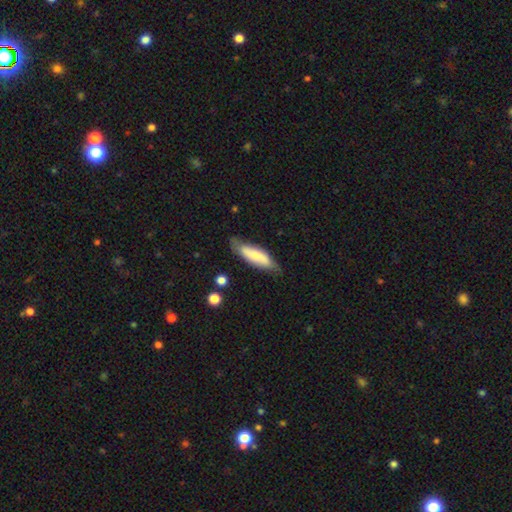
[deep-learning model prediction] A smooth galaxy with no disk features (62%) that is cigar-shaped (50%).

Vote fractions:
- Smooth or featured? smooth: 62% / featured or disk: 32% / star or artifact: 6%
- How rounded? cigar-shaped: 50% / in between: 48% / round: 2%
- Merging? none: 67% / minor disturbance: 26% / major disturbance: 6% / merger: 2%